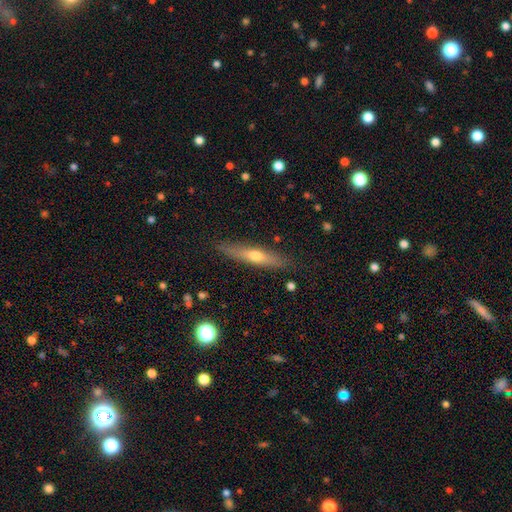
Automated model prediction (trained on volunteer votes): Smooth or featured? Predicted: featured or disk (p=0.50). Edge-on disk? Predicted: yes (p=0.89). Merging? Predicted: none (p=0.86).